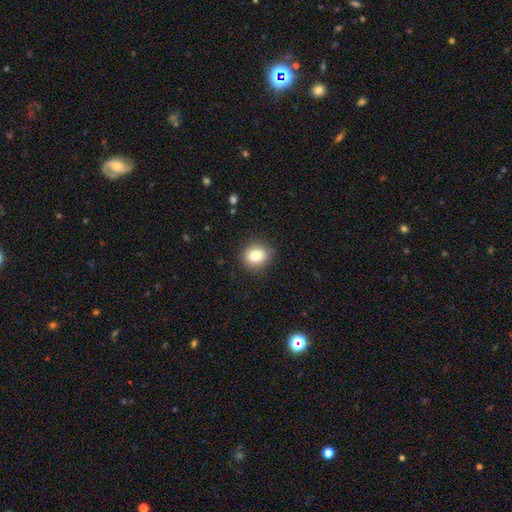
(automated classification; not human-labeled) smooth-or-featured: smooth: 81% | star or artifact: 10% | featured or disk: 9%
  how-rounded: round: 81% | in between: 18% | cigar-shaped: 1%
  merging: none: 87% | minor disturbance: 9% | major disturbance: 2% | merger: 1%